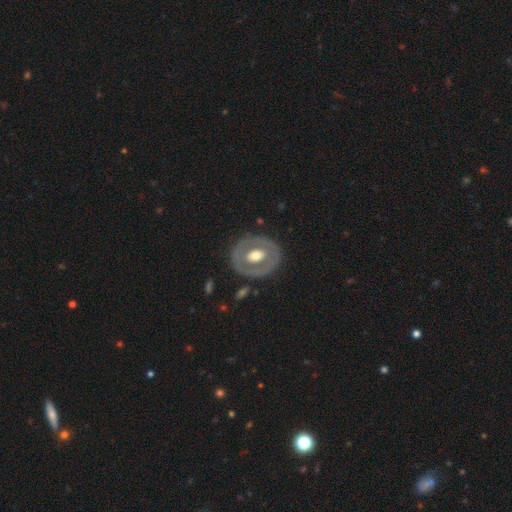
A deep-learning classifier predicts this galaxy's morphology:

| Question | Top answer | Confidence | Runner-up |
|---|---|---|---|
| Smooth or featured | featured or disk | 59% | smooth (36%) |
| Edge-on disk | no | 94% | yes (6%) |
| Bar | no | 66% | weak (22%) |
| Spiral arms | no | 87% | yes (13%) |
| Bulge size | moderate | 65% | large (24%) |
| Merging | none | 79% | minor disturbance (13%) |